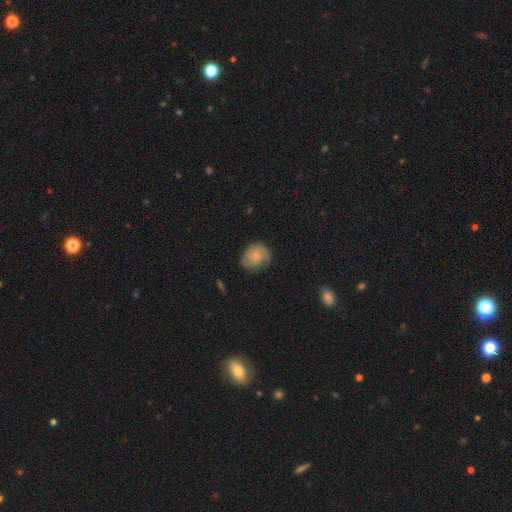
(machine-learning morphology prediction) A smooth galaxy with no disk features (63%) that is round (68%). Merging: none (65%).